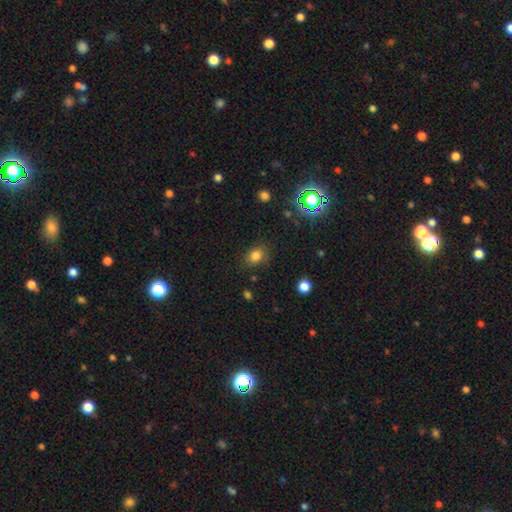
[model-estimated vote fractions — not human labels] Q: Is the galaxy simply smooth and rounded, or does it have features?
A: smooth — 78%.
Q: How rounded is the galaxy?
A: in between — 59%.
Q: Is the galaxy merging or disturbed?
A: none — 77%.